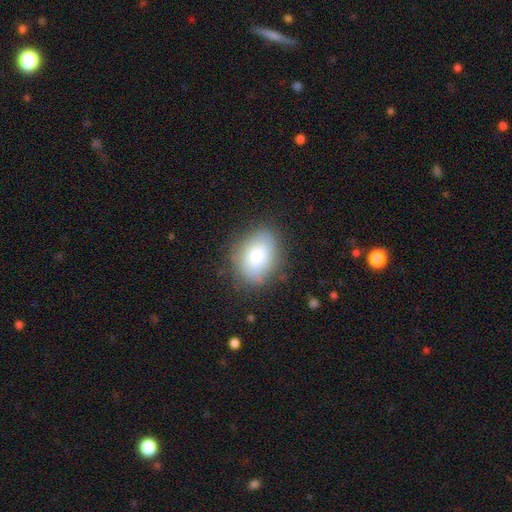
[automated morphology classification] type=smooth (76%); roundness=in between (70%); merging=none (77%).